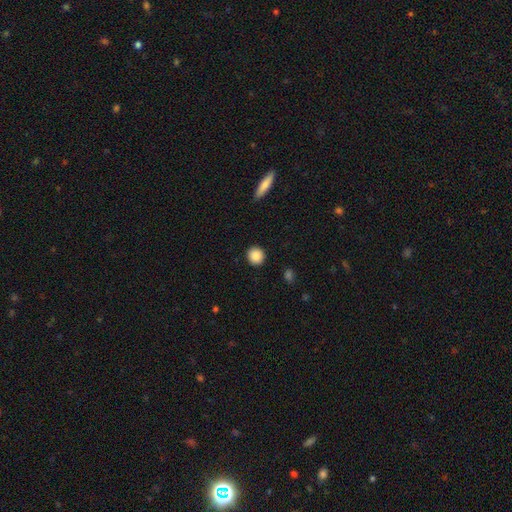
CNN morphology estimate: Smooth or featured?
  - smooth: 88% *
  - star or artifact: 8%
  - featured or disk: 4%
How rounded?
  - round: 90% *
  - in between: 8%
  - cigar-shaped: 1%
Merging?
  - none: 91% *
  - minor disturbance: 6%
  - major disturbance: 2%
  - merger: 1%